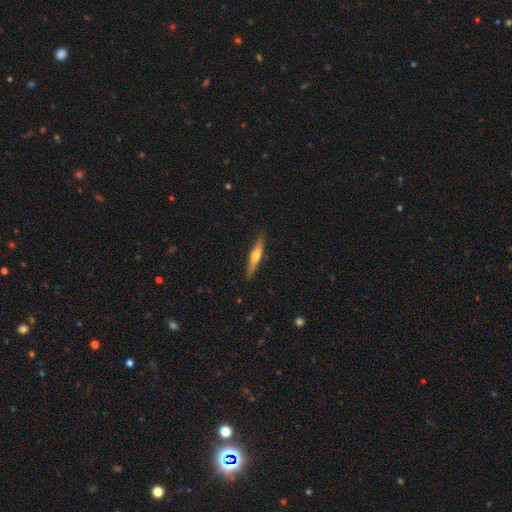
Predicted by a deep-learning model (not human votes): This is possibly a featured or disk galaxy (53%). It is clearly viewed edge-on (96%). Edge-on bulge: clearly rounded (88%). Merging: clearly none (88%).